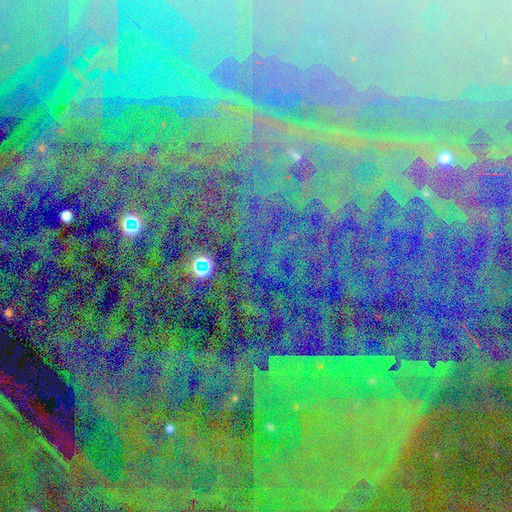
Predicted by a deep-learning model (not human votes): Q: Smooth or featured?
A: star or artifact (86%); runner-up: featured or disk (8%)